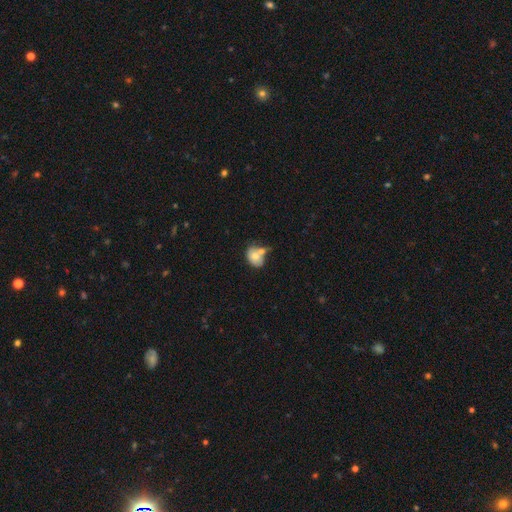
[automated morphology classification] Smooth or featured?
  - smooth: 69% *
  - featured or disk: 23%
  - star or artifact: 8%
How rounded?
  - in between: 69% *
  - round: 30%
  - cigar-shaped: 1%
Merging?
  - merger: 42% *
  - none: 34%
  - minor disturbance: 17%
  - major disturbance: 7%